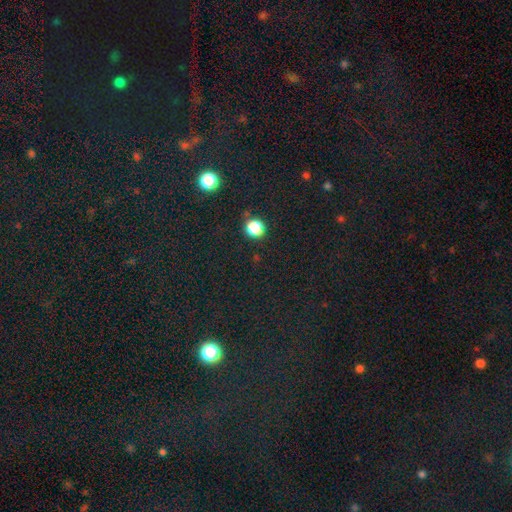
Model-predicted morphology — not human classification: This appears to be a star or artifact, not a galaxy (75%).